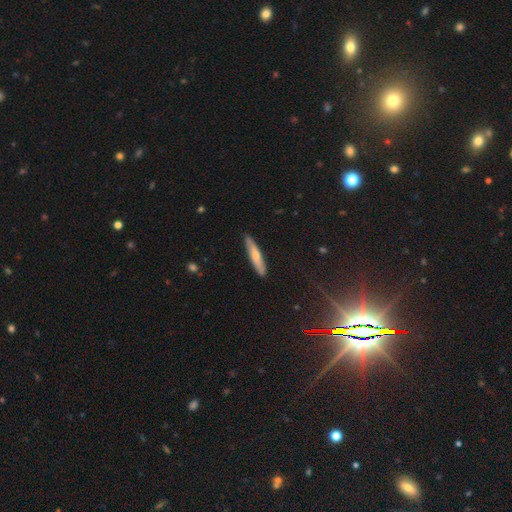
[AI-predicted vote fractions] Overall: smooth (60%; featured or disk 35%). How rounded: cigar-shaped (88%). Merging: none (87%).